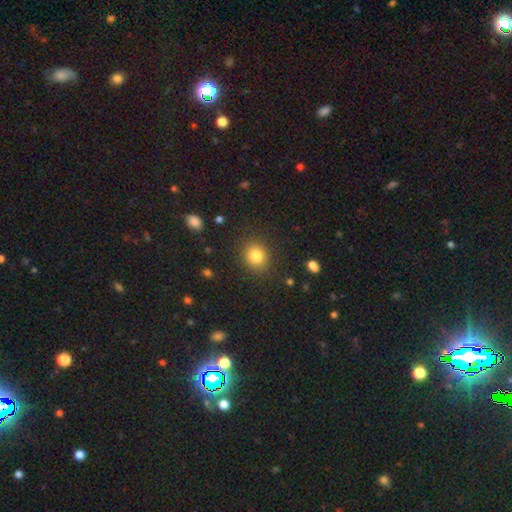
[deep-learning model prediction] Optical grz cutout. It shows a smooth galaxy with no disk features (81%) that is round (79%). Merging: none (87%).